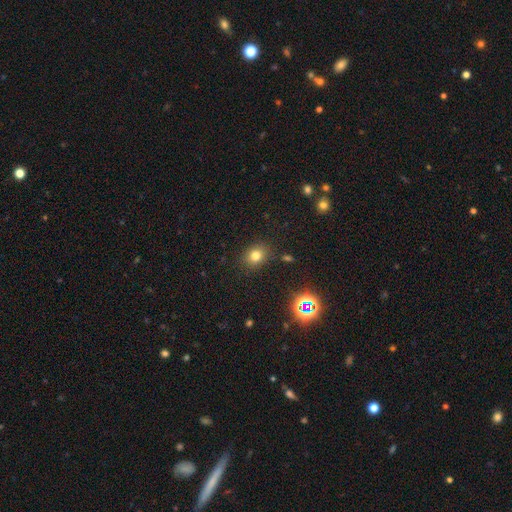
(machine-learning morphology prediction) Q: Smooth or featured?
A: smooth (75%); runner-up: star or artifact (17%)
Q: How rounded?
A: round (57%); runner-up: in between (42%)
Q: Merging?
A: none (85%); runner-up: minor disturbance (9%)